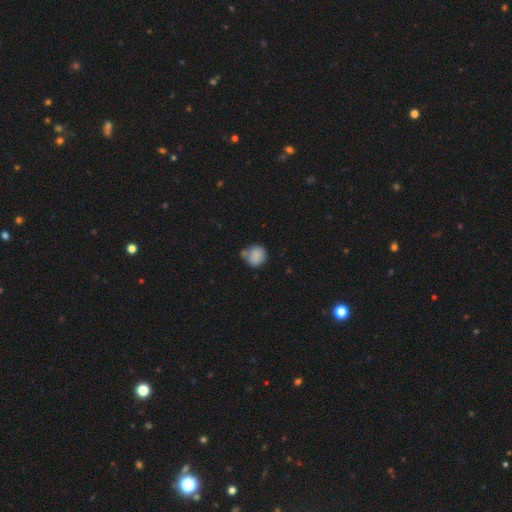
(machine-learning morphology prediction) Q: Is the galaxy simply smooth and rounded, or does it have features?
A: smooth — 85%.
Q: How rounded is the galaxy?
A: round — 78%.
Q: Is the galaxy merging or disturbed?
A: none — 53%.